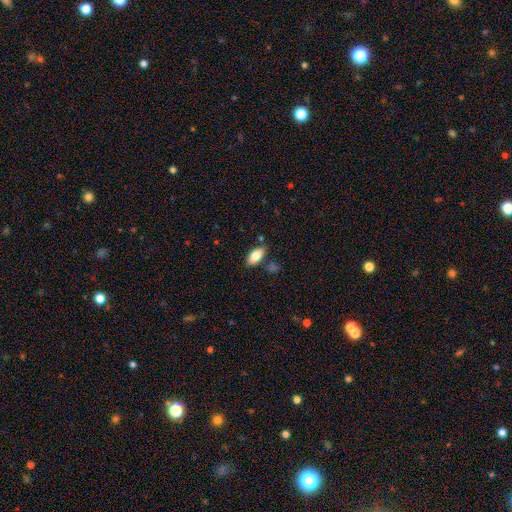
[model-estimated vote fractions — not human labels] A smooth galaxy with no disk features (81%) that is in between round and cigar-shaped (90%).

Vote fractions:
- Smooth or featured? smooth: 81% / featured or disk: 12% / star or artifact: 7%
- How rounded? in between: 90% / cigar-shaped: 7% / round: 3%
- Merging? none: 80% / minor disturbance: 13% / merger: 5% / major disturbance: 3%